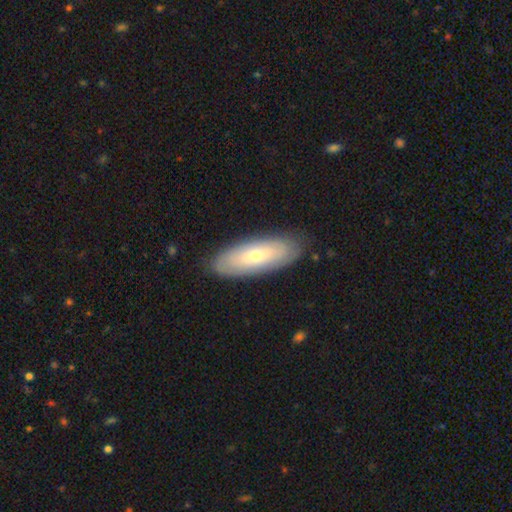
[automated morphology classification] type=smooth (52%); roundness=in between (69%); merging=none (85%).